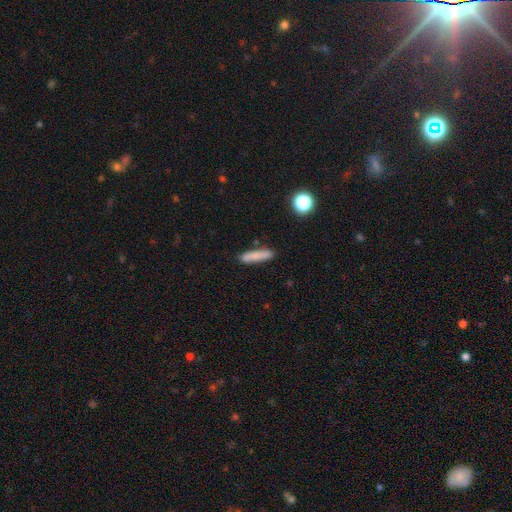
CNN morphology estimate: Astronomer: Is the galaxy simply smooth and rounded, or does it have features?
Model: smooth — 81%.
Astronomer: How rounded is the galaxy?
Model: cigar-shaped — 85%.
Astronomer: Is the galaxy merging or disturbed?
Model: none — 83%.